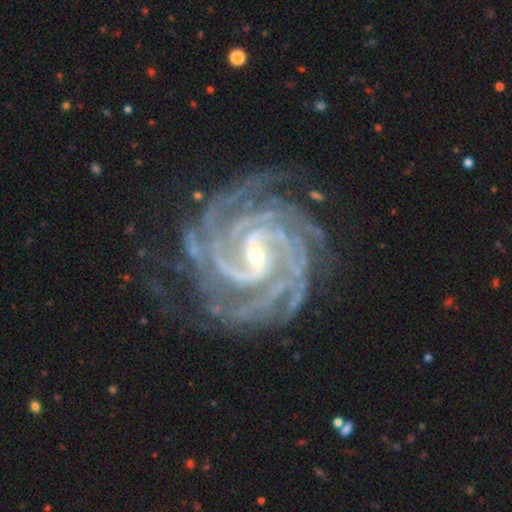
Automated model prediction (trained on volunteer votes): This is clearly a featured or disk galaxy (94%). It is clearly not viewed edge-on (98%). Bar: marginally weak (43%). Spiral arm pattern: clearly yes (99%). Spiral arm count: marginally 4 (31%). Spiral winding: likely tight (75%). Central bulge: likely small (72%). Merging: likely none (77%).